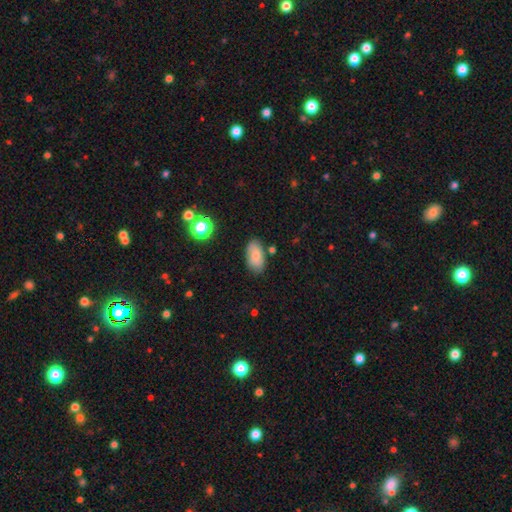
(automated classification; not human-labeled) A smooth galaxy with no disk features (78%) that is in between round and cigar-shaped (93%).

Vote fractions:
- Smooth or featured? smooth: 78% / featured or disk: 14% / star or artifact: 8%
- How rounded? in between: 93% / round: 5% / cigar-shaped: 3%
- Merging? none: 79% / minor disturbance: 15% / merger: 4% / major disturbance: 3%